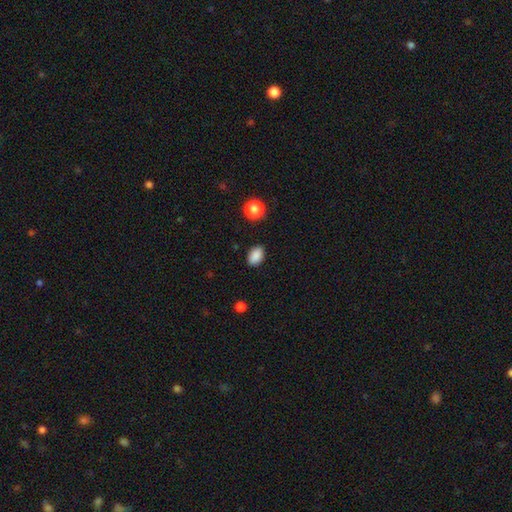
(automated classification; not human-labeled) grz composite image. It shows a smooth galaxy with no disk features (88%) that is in between round and cigar-shaped (87%). Merging: none (86%).